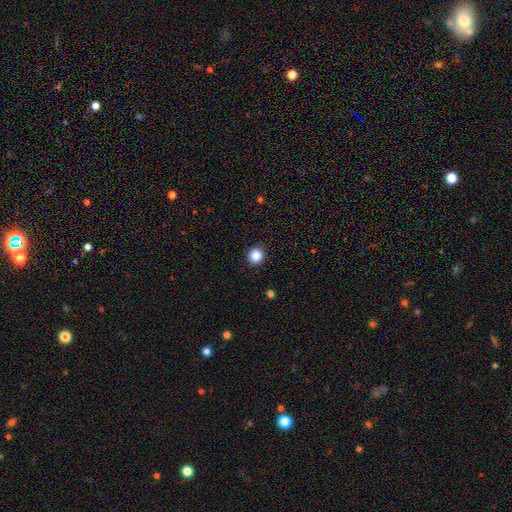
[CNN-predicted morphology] smooth 86%, star or artifact 10%, featured or disk 4%. Down the decision tree: how rounded — round (94%); merging — none (93%).